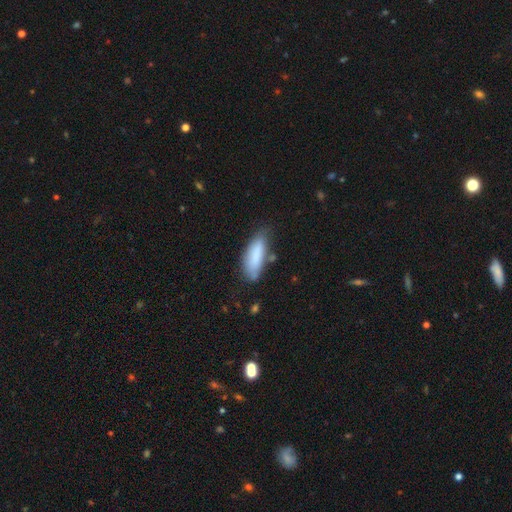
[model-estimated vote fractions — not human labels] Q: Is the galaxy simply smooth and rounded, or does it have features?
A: smooth — 83%.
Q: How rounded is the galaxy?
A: in between — 64%.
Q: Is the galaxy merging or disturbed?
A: none — 60%.